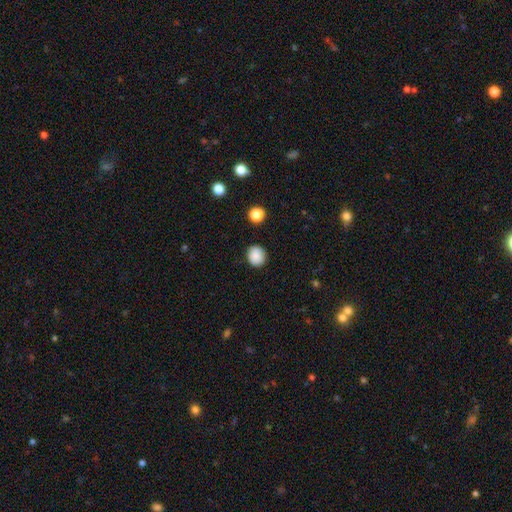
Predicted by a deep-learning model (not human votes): Morphology: type=smooth (87%); roundness=round (81%); merging=none (88%).